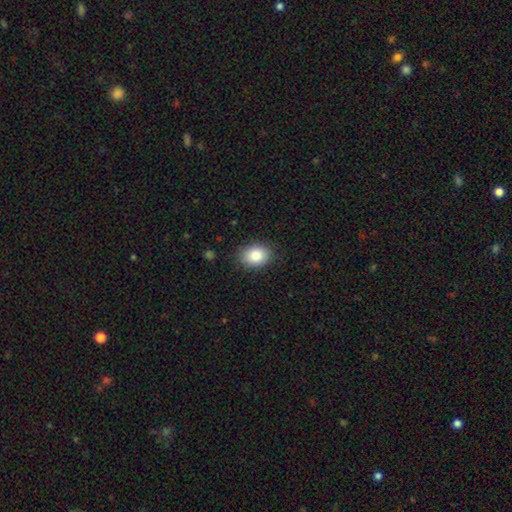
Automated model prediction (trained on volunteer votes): A smooth galaxy with no disk features (85%) that is in between round and cigar-shaped (70%).

Vote fractions:
- Smooth or featured? smooth: 85% / star or artifact: 8% / featured or disk: 7%
- How rounded? in between: 70% / round: 29% / cigar-shaped: 1%
- Merging? none: 85% / minor disturbance: 12% / major disturbance: 3% / merger: 1%